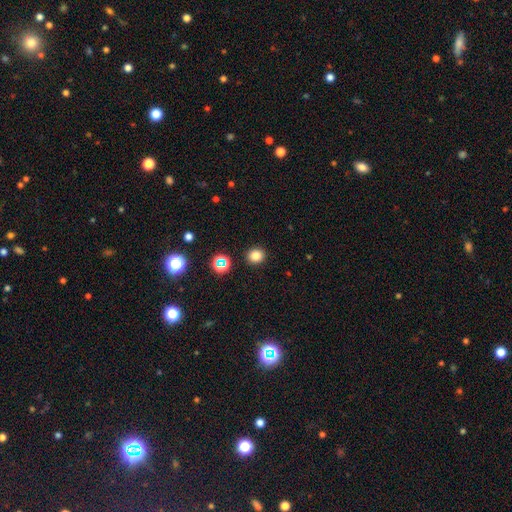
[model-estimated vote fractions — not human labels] smooth 79%, star or artifact 16%, featured or disk 5%. Down the decision tree: how rounded — round (83%); merging — none (91%).